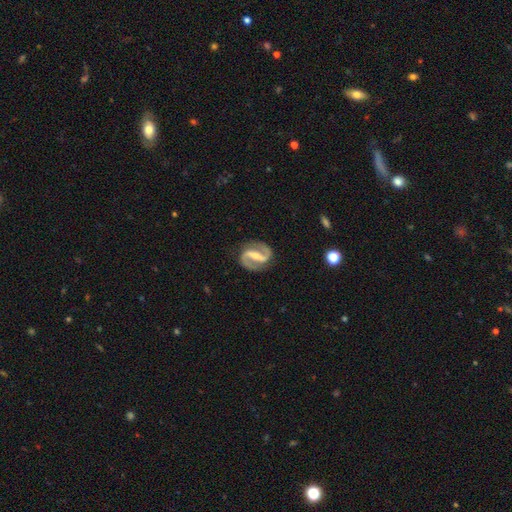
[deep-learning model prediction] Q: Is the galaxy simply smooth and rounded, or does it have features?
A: featured or disk — 92%.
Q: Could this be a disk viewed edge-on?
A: no — 98%.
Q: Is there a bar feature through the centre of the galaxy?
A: strong — 67%.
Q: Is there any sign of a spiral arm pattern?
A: yes — 97%.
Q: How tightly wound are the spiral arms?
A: medium — 55%.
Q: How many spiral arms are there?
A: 2 — 94%.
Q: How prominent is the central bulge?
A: small — 51%.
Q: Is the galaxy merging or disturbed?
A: none — 87%.